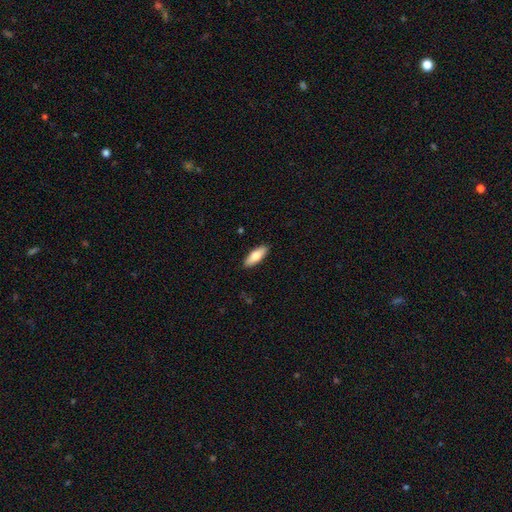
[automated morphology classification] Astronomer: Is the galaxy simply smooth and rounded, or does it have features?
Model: smooth — 72%.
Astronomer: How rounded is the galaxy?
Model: in between — 68%.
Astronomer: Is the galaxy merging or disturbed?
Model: none — 90%.